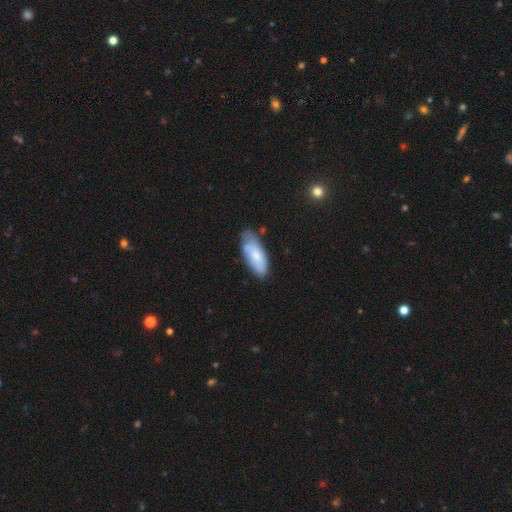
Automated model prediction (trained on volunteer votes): This appears to be a smooth galaxy with no disk features (67%) that is in between round and cigar-shaped (76%). Merging: none (60%).